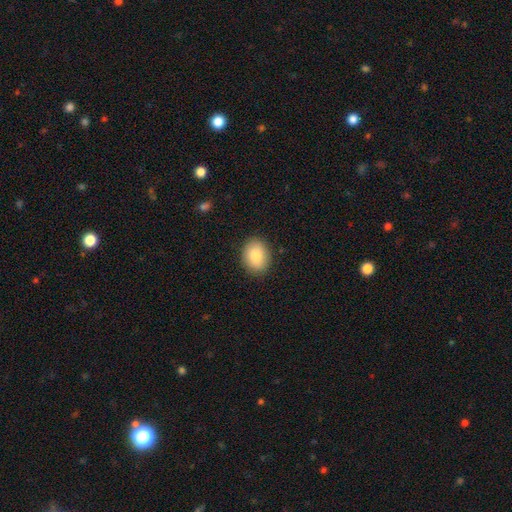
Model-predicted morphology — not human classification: type=smooth (86%); roundness=in between (60%); merging=none (88%).